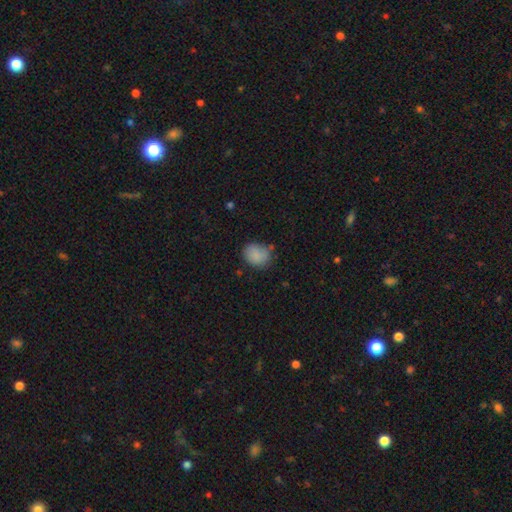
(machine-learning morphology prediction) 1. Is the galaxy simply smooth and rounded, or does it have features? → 85% smooth, 9% star or artifact, 6% featured or disk.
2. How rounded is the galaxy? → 58% round, 41% in between, 1% cigar-shaped.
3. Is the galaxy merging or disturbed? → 70% none, 21% minor disturbance, 5% major disturbance, 4% merger.